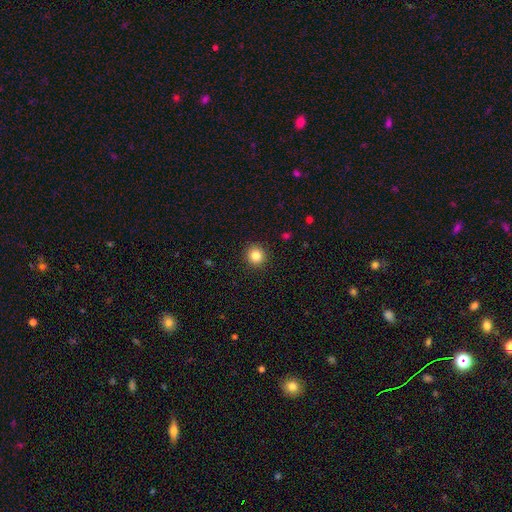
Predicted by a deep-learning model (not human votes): Morphology: type=smooth (83%); roundness=round (94%); merging=none (92%).